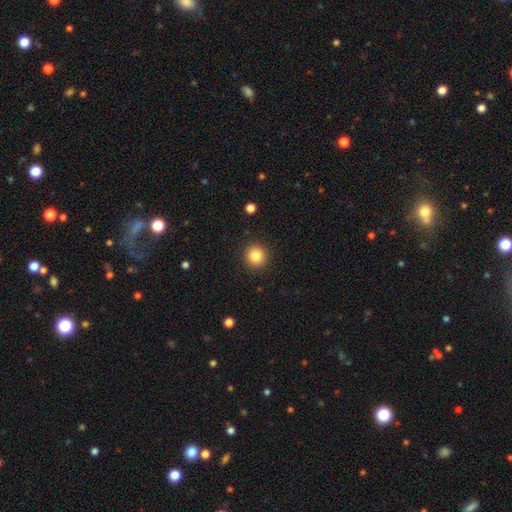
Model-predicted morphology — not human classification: Smooth or featured: smooth — 84% (star or artifact — 11%)
How rounded: round — 95% (in between — 4%)
Merging: none — 92% (minor disturbance — 5%)